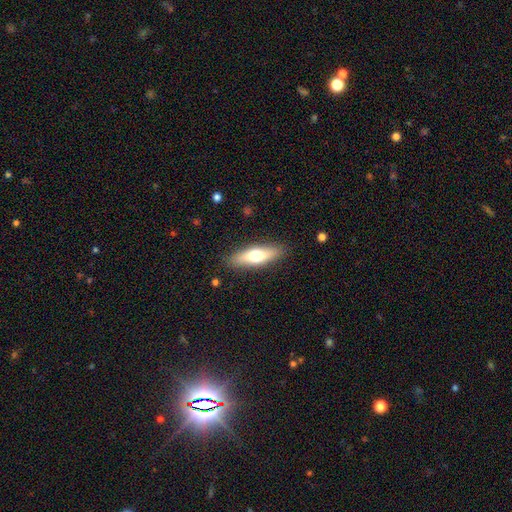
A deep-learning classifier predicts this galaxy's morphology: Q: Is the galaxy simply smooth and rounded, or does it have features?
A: smooth — 59%.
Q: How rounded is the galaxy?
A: cigar-shaped — 56%.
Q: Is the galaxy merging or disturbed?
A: none — 88%.